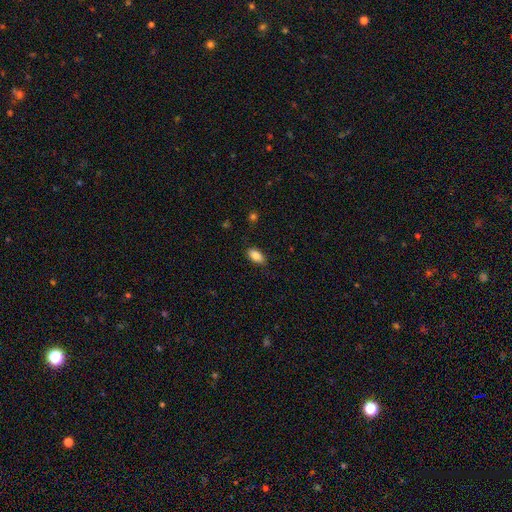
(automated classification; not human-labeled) This appears to be a smooth galaxy with no disk features (84%) that is in between round and cigar-shaped (92%). Merging: none (85%).